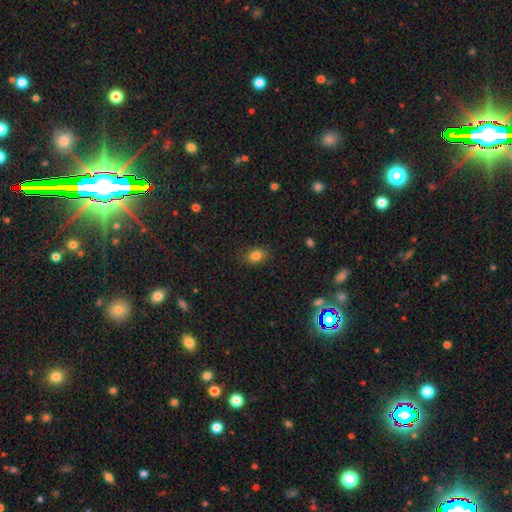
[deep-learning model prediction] Overall: smooth (82%). How rounded: in between (63%; round 35%). Merging: none (84%).